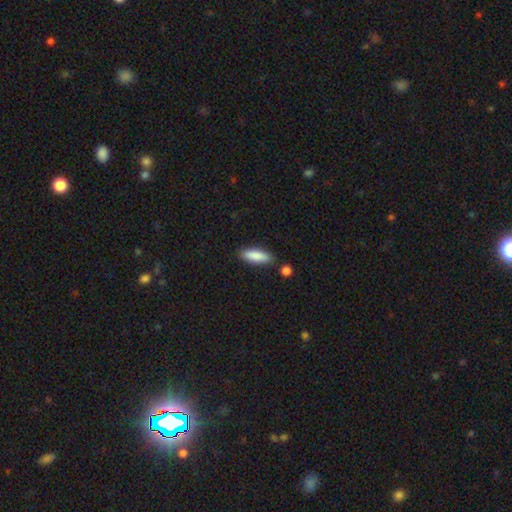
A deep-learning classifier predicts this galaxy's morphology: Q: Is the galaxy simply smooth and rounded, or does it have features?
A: smooth — 87%.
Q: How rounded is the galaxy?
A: in between — 52%.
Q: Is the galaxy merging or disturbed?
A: none — 83%.